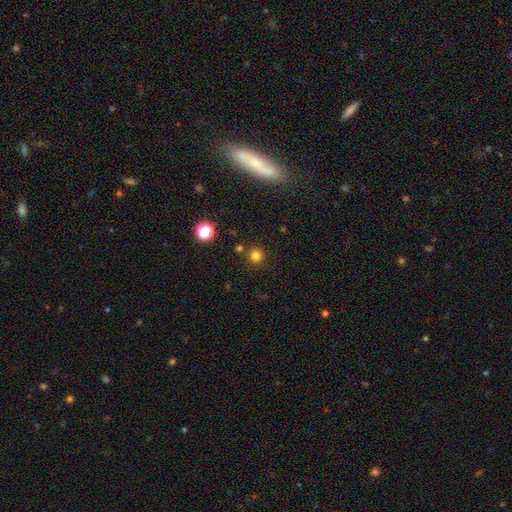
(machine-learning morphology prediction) Smooth or featured? Predicted: smooth (p=0.79). How rounded? Predicted: round (p=0.94). Merging? Predicted: none (p=0.85).